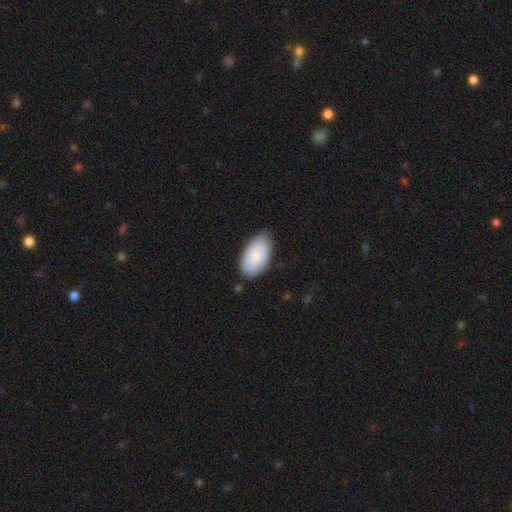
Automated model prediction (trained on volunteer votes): This appears to be a smooth galaxy with no disk features (86%) that is in between round and cigar-shaped (96%). Merging: none (77%).